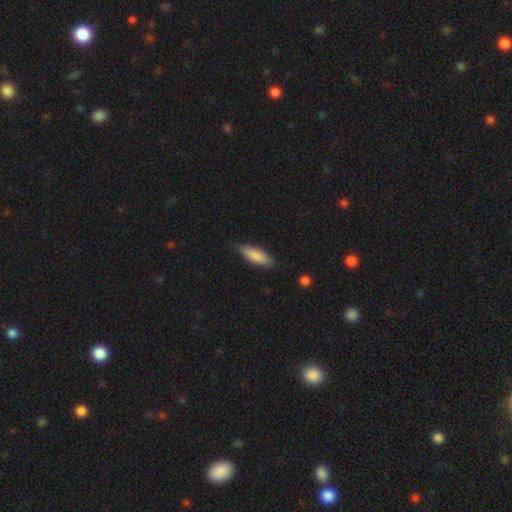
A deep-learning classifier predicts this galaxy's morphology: Smooth or featured: smooth — 84% (featured or disk — 11%)
How rounded: in between — 51% (cigar-shaped — 47%)
Merging: none — 82% (minor disturbance — 14%)